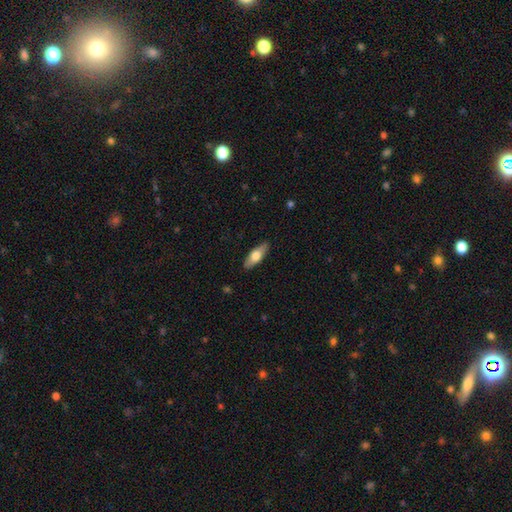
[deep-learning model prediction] Smooth or featured? smooth (65%)
How rounded? in between (65%)
Merging? none (88%)